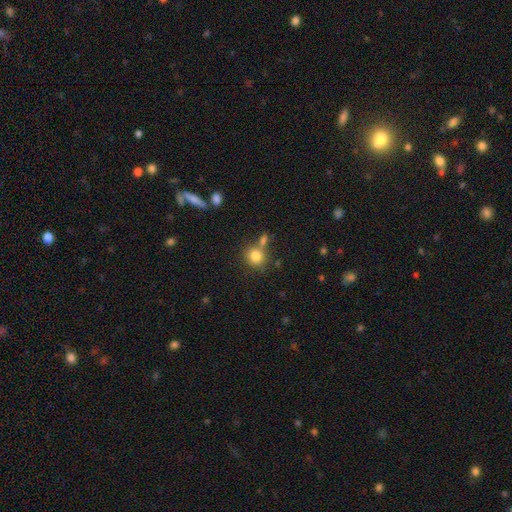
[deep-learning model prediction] Overall: smooth (82%). How rounded: round (81%). Merging: none (62%; merger 22%).